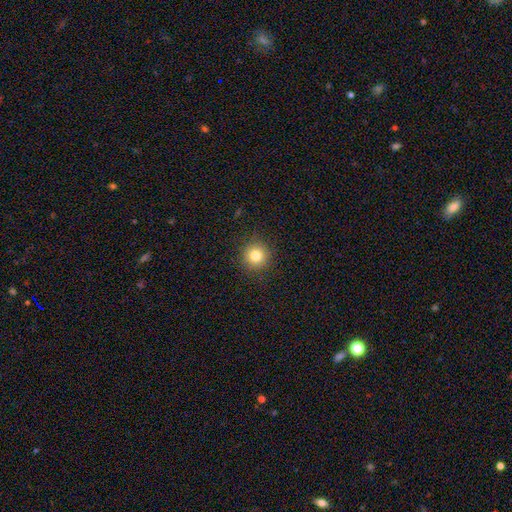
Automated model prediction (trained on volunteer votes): Smooth or featured?
  - smooth: 81% *
  - star or artifact: 12%
  - featured or disk: 7%
How rounded?
  - round: 95% *
  - in between: 5%
  - cigar-shaped: 1%
Merging?
  - none: 91% *
  - minor disturbance: 6%
  - major disturbance: 2%
  - merger: 1%